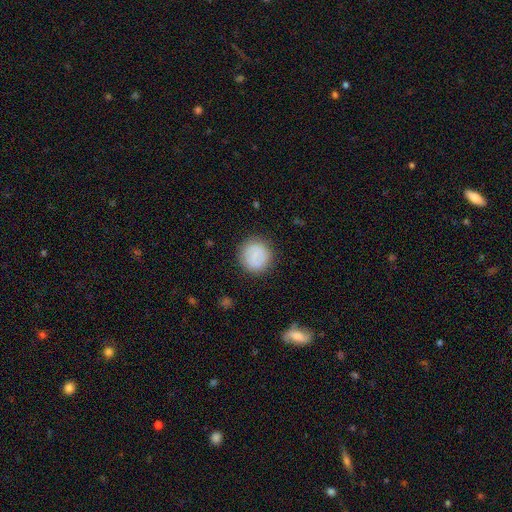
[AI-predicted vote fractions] A smooth galaxy with no disk features (77%) that is round (91%).

Vote fractions:
- Smooth or featured? smooth: 77% / featured or disk: 16% / star or artifact: 7%
- How rounded? round: 91% / in between: 8% / cigar-shaped: 1%
- Merging? none: 87% / minor disturbance: 8% / major disturbance: 3% / merger: 1%